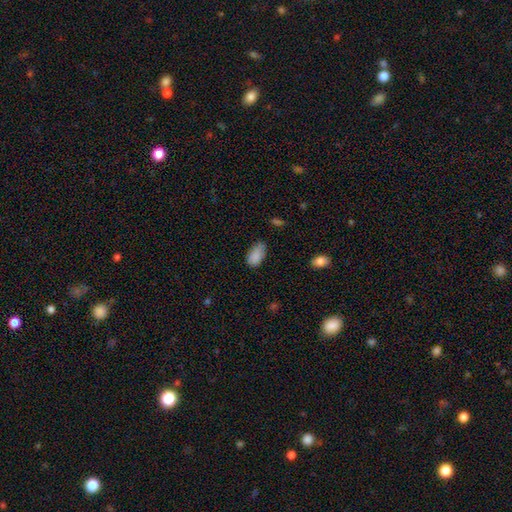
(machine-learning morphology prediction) Q: Smooth or featured?
A: smooth (86%); runner-up: star or artifact (8%)
Q: How rounded?
A: in between (93%); runner-up: round (5%)
Q: Merging?
A: none (62%); runner-up: minor disturbance (30%)